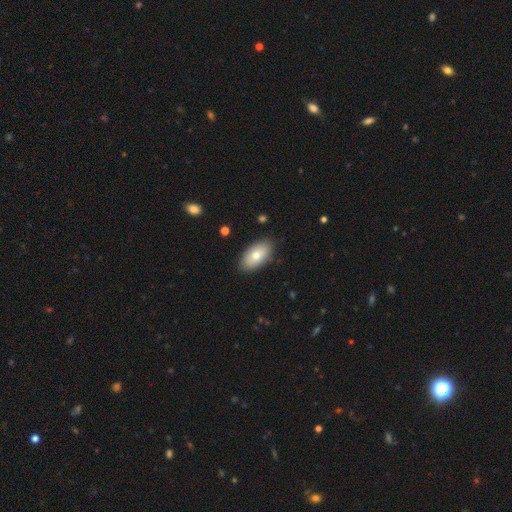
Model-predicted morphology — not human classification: type=smooth (75%); roundness=in between (94%); merging=none (87%).